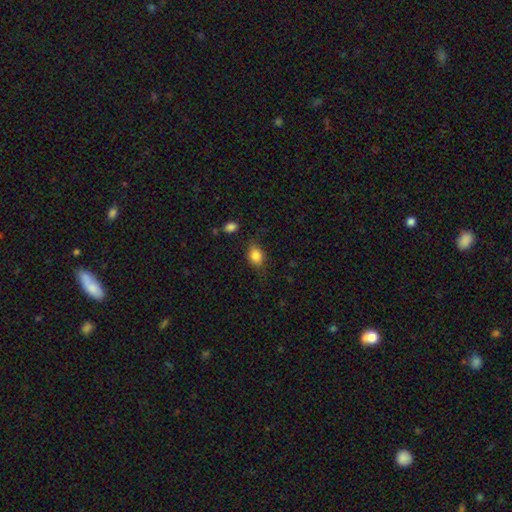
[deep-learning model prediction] smooth_or_featured: smooth (p=0.84) [alt: star or artifact p=0.10]
how_rounded: in between (p=0.58) [alt: round p=0.41]
merging: none (p=0.72) [alt: minor disturbance p=0.20]